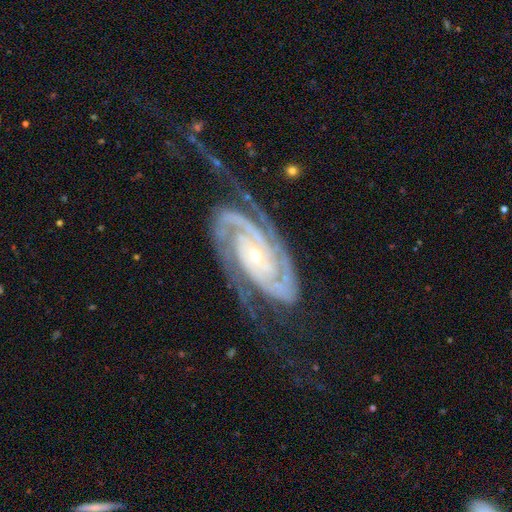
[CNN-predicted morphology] Q: Smooth or featured?
A: featured or disk (92%); runner-up: star or artifact (5%)
Q: Edge-on disk?
A: no (96%); runner-up: yes (4%)
Q: Bar?
A: no (60%); runner-up: weak (22%)
Q: Spiral arms?
A: yes (99%); runner-up: no (1%)
Q: Spiral winding?
A: tight (69%); runner-up: medium (26%)
Q: Spiral arm count?
A: 2 (70%); runner-up: 3 (12%)
Q: Bulge size?
A: small (72%); runner-up: moderate (24%)
Q: Merging?
A: none (64%); runner-up: minor disturbance (18%)